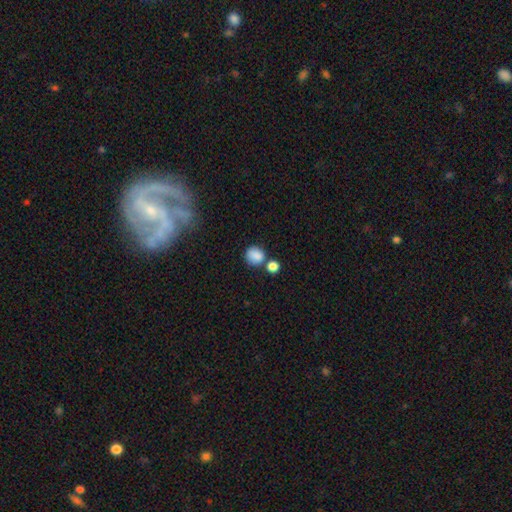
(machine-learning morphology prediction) smooth-or-featured: smooth: 85% | star or artifact: 10% | featured or disk: 5%
  how-rounded: round: 77% | in between: 22% | cigar-shaped: 1%
  merging: none: 62% | merger: 21% | minor disturbance: 13% | major disturbance: 4%